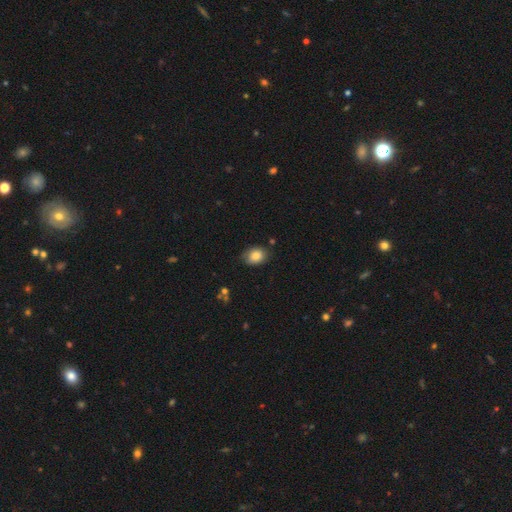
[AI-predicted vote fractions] smooth-or-featured: smooth: 85% | star or artifact: 8% | featured or disk: 7%
  how-rounded: in between: 67% | round: 32% | cigar-shaped: 1%
  merging: none: 76% | minor disturbance: 19% | major disturbance: 3% | merger: 2%